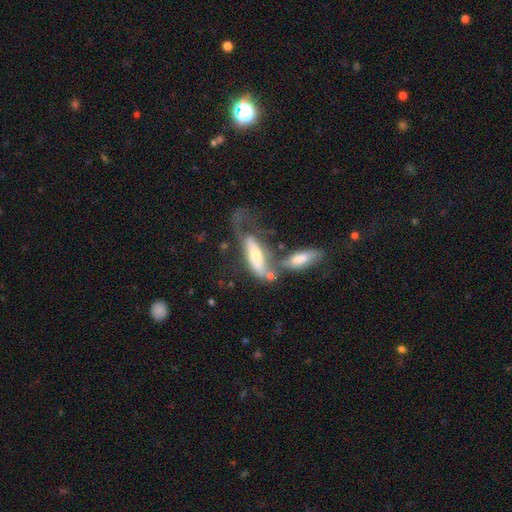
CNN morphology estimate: Smooth or featured? Predicted: smooth (p=0.48). Merging? Predicted: merger (p=0.47).